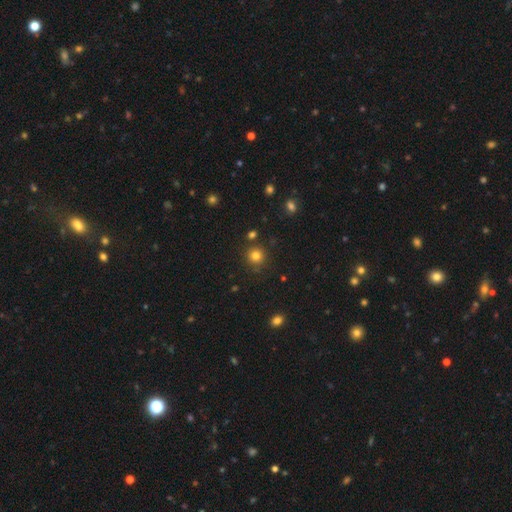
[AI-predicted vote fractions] The model was most divided on "smooth or featured": smooth: 81%, star or artifact: 14%, featured or disk: 6%. More confident: how rounded — round (92%); merging — none (84%).